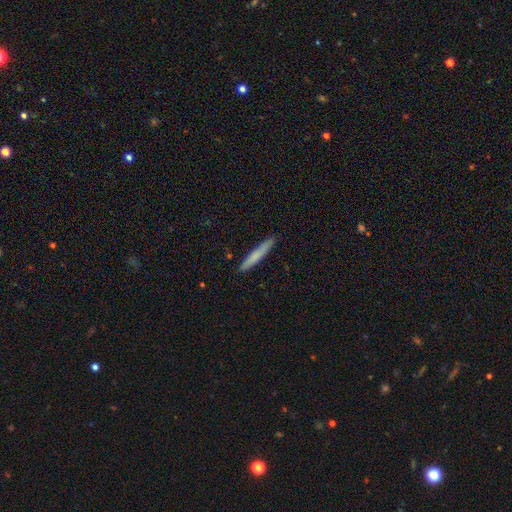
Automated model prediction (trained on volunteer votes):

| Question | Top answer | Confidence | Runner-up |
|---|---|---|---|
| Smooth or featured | smooth | 71% | featured or disk (23%) |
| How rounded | cigar-shaped | 95% | in between (3%) |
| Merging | none | 90% | minor disturbance (8%) |